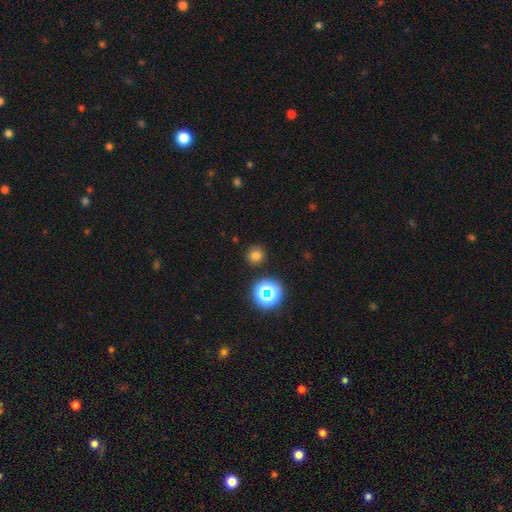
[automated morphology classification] Q: Smooth or featured?
A: smooth (73%); runner-up: star or artifact (21%)
Q: How rounded?
A: round (90%); runner-up: in between (9%)
Q: Merging?
A: none (88%); runner-up: minor disturbance (7%)